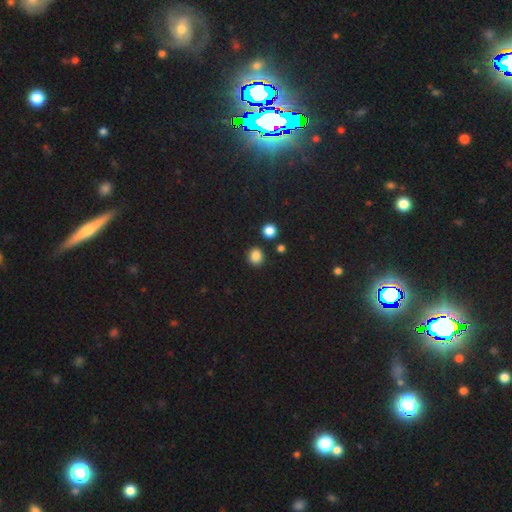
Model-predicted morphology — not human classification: Smooth or featured?
  - smooth: 85% *
  - star or artifact: 11%
  - featured or disk: 3%
How rounded?
  - round: 79% *
  - in between: 20%
  - cigar-shaped: 1%
Merging?
  - none: 85% *
  - minor disturbance: 8%
  - merger: 4%
  - major disturbance: 3%